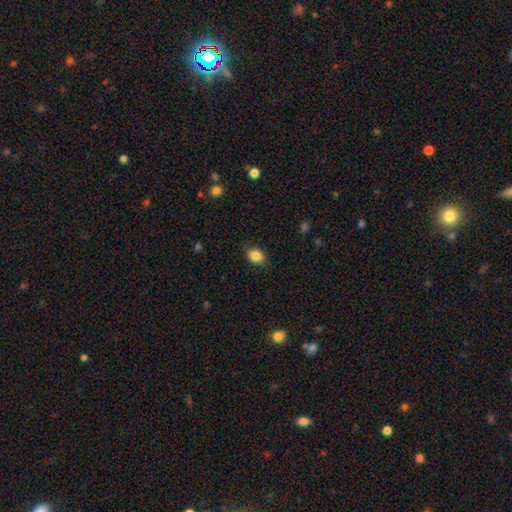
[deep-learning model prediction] This is clearly a smooth galaxy (86%). How rounded: likely in between (74%). Merging: clearly none (81%).